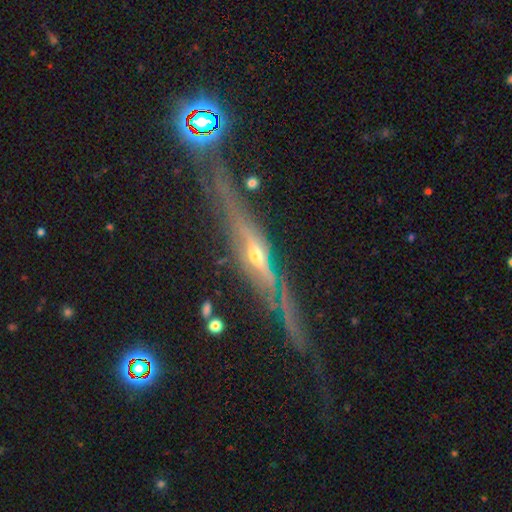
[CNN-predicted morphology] Smooth or featured? featured or disk (80%)
Edge-on disk? yes (86%)
Edge-on bulge? rounded (80%)
Merging? none (64%)